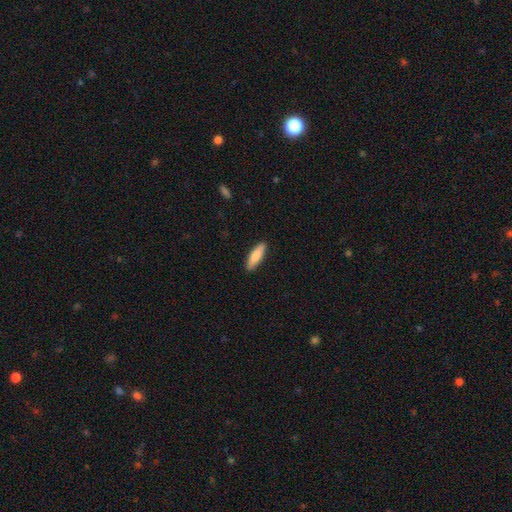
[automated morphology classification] A smooth galaxy with no disk features (80%) that is cigar-shaped (57%). Merging: none (90%).